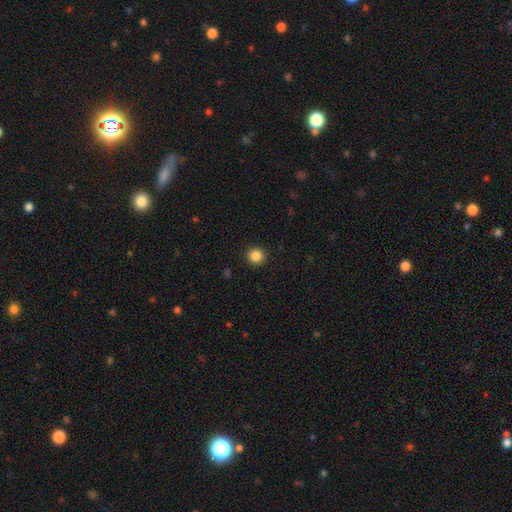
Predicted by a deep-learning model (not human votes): This appears to be a smooth galaxy with no disk features (86%) that is round (95%). Merging: none (93%).